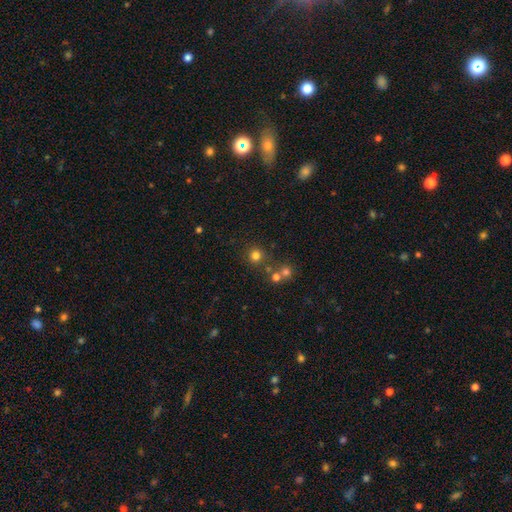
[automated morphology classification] Smooth or featured? smooth (75%)
How rounded? round (93%)
Merging? none (77%)